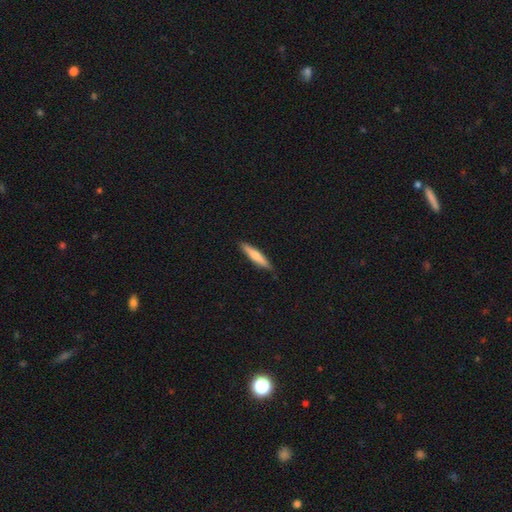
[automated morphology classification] Smooth or featured? smooth (62%)
How rounded? cigar-shaped (89%)
Merging? none (88%)